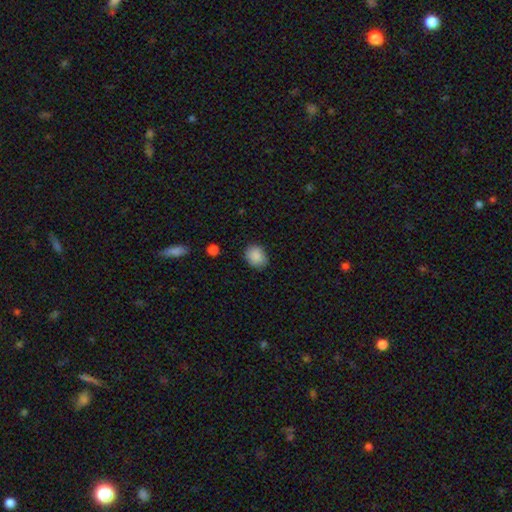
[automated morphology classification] This appears to be a smooth galaxy with no disk features (88%) that is round (55%). Merging: none (79%).